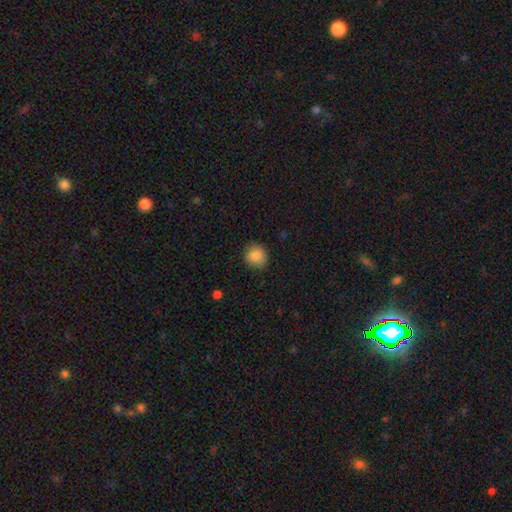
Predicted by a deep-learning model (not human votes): smooth-or-featured: smooth: 87% | star or artifact: 9% | featured or disk: 4%
  how-rounded: round: 84% | in between: 15% | cigar-shaped: 1%
  merging: none: 83% | minor disturbance: 13% | major disturbance: 3% | merger: 1%